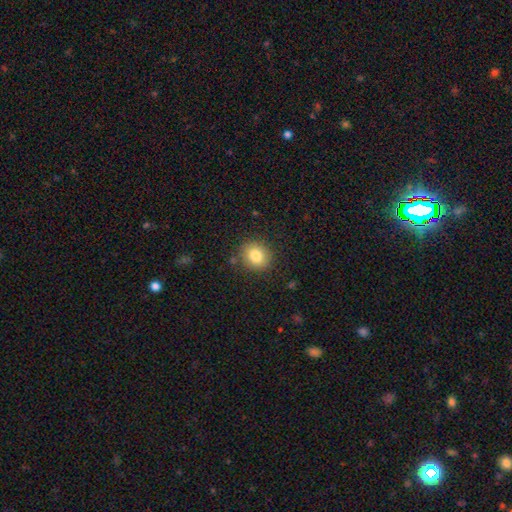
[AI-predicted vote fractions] This is clearly a smooth galaxy (82%). How rounded: likely round (74%). Merging: clearly none (86%).